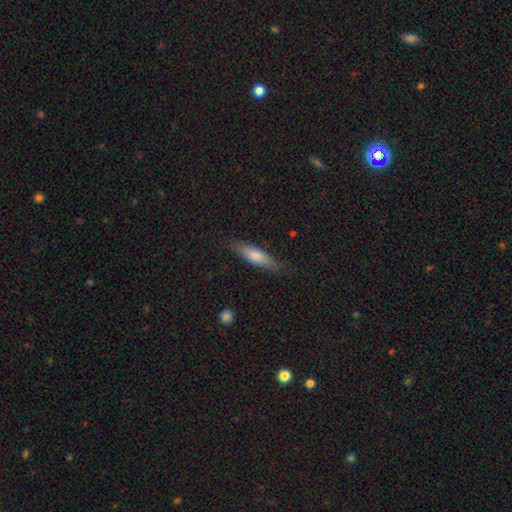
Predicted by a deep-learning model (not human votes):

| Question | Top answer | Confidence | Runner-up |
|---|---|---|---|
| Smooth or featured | smooth | 74% | featured or disk (21%) |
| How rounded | cigar-shaped | 64% | in between (34%) |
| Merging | none | 79% | minor disturbance (15%) |